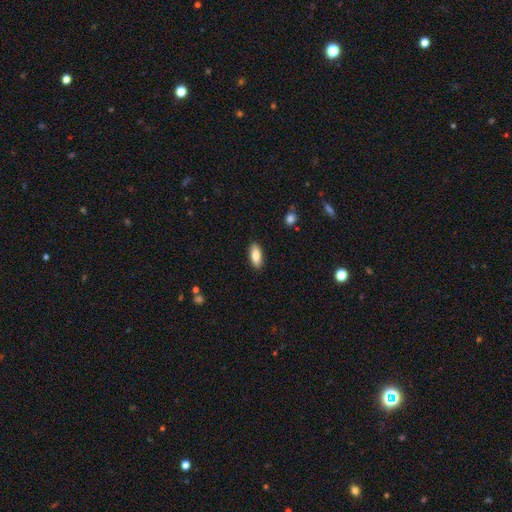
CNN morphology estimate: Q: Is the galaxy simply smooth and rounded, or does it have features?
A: smooth — 84%.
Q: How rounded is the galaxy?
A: in between — 79%.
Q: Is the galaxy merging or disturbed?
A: none — 88%.